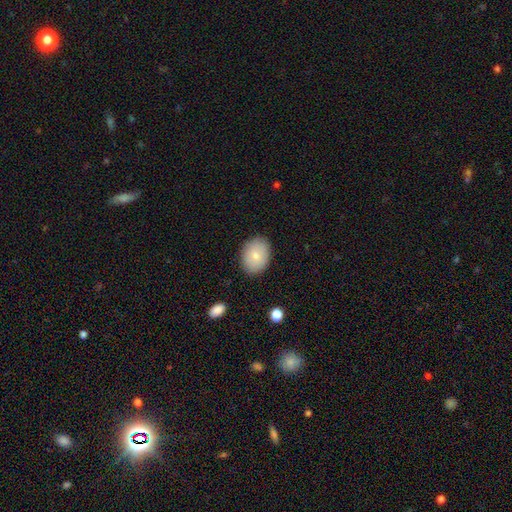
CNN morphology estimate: A smooth galaxy with no disk features (82%) that is in between round and cigar-shaped (75%).

Vote fractions:
- Smooth or featured? smooth: 82% / featured or disk: 11% / star or artifact: 7%
- How rounded? in between: 75% / round: 24% / cigar-shaped: 1%
- Merging? none: 86% / minor disturbance: 11% / major disturbance: 2% / merger: 1%